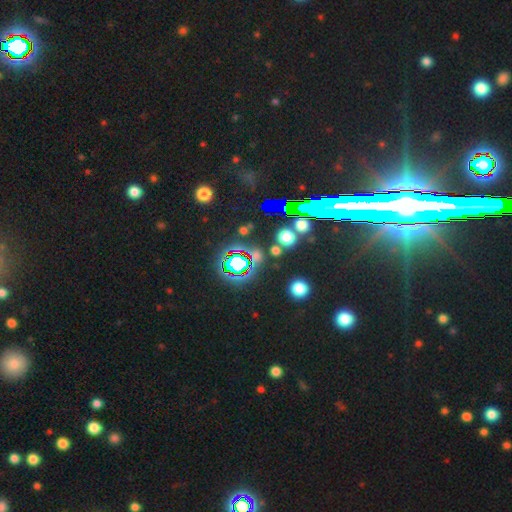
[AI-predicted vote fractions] This appears to be a star or artifact, not a galaxy (61%).